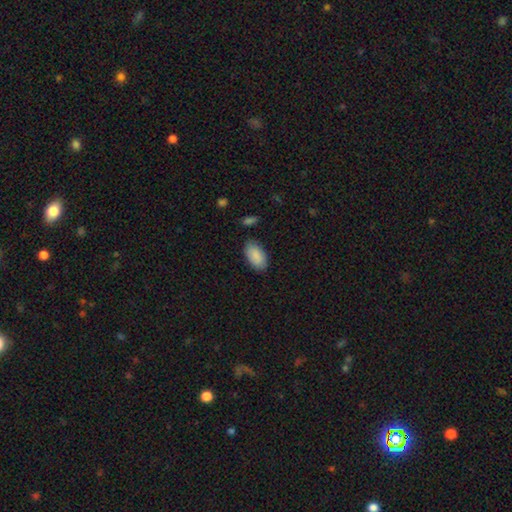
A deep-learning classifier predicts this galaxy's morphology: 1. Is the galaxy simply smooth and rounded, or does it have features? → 89% smooth, 6% star or artifact, 5% featured or disk.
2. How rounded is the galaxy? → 95% in between, 3% round, 2% cigar-shaped.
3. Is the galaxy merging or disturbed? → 84% none, 11% minor disturbance, 3% major disturbance, 2% merger.